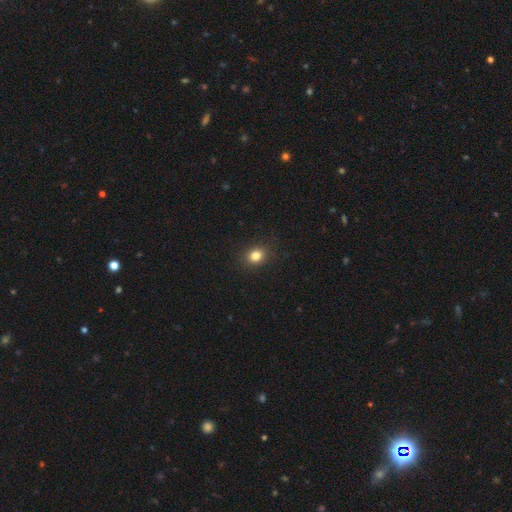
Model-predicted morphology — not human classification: This is clearly a smooth galaxy (82%). How rounded: possibly round (60%). Merging: clearly none (89%).